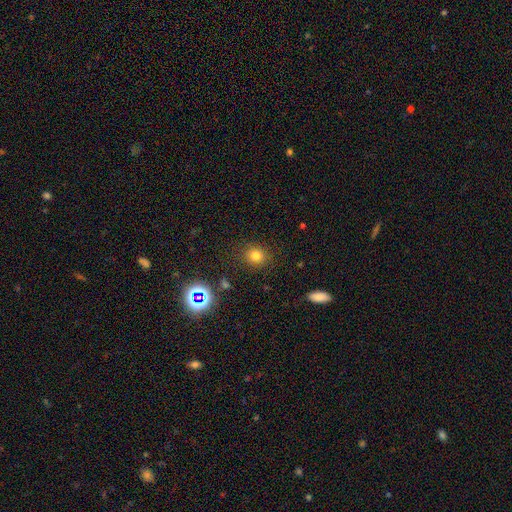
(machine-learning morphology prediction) The model was most divided on "how rounded": round: 78%, in between: 21%, cigar-shaped: 1%. More confident: merging — none (87%); smooth or featured — smooth (77%).